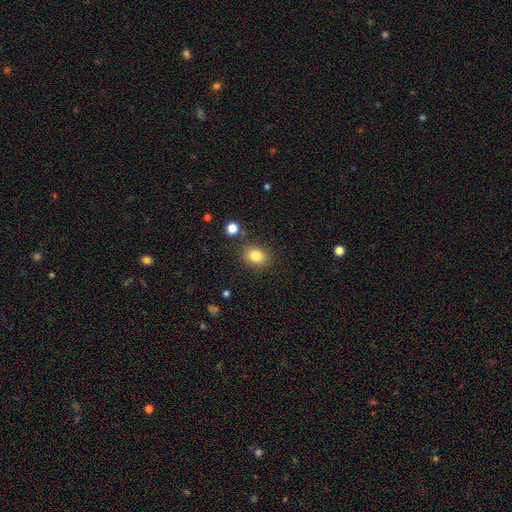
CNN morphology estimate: A smooth galaxy with no disk features (83%) that is in between round and cigar-shaped (59%). Merging: none (84%).